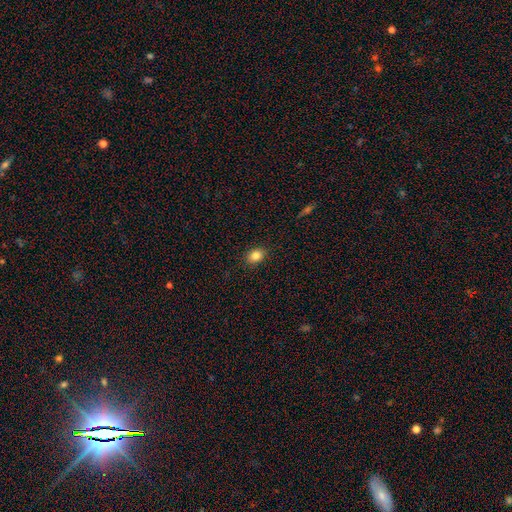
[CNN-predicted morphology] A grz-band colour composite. It shows a smooth galaxy with no disk features (85%) that is in between round and cigar-shaped (63%). Merging: none (89%).